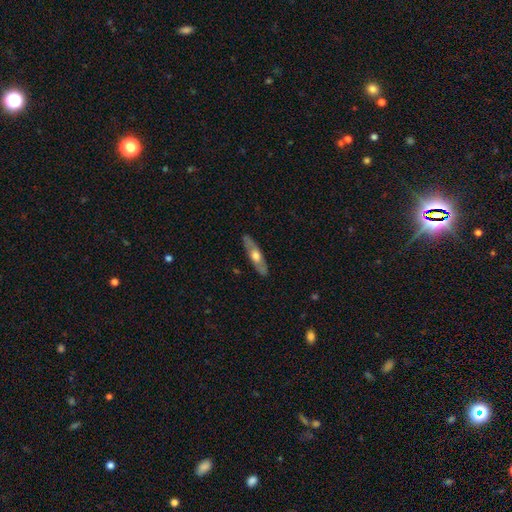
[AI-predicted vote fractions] featured or disk 55%, smooth 40%, star or artifact 5%. Down the decision tree: edge-on disk — yes (63%); merging — none (87%).